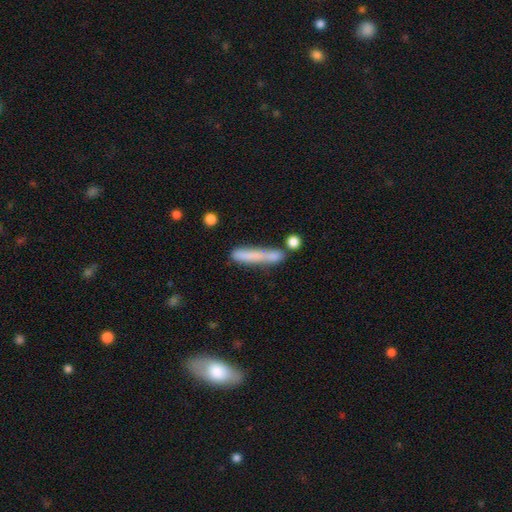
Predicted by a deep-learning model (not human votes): The model was most divided on "merging": none: 50%, merger: 21%, minor disturbance: 20%, major disturbance: 9%. More confident: how rounded — cigar-shaped (90%); smooth or featured — smooth (68%).